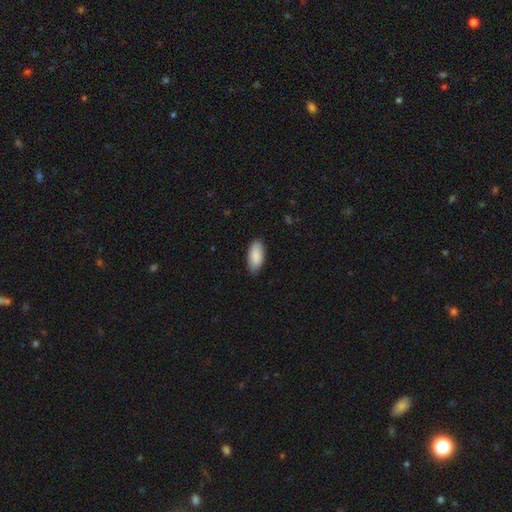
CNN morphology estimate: Q: Smooth or featured?
A: smooth (90%); runner-up: star or artifact (5%)
Q: How rounded?
A: in between (91%); runner-up: cigar-shaped (7%)
Q: Merging?
A: none (86%); runner-up: minor disturbance (11%)